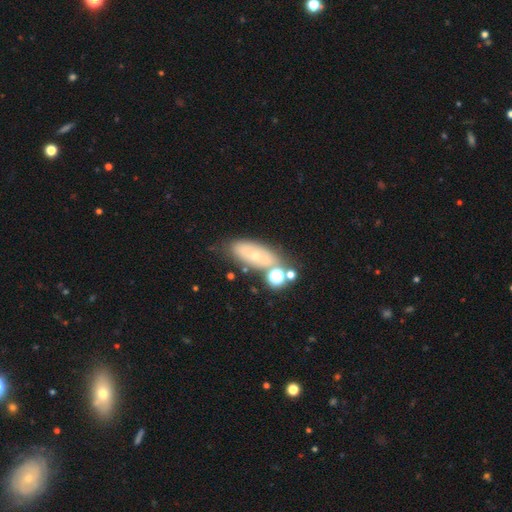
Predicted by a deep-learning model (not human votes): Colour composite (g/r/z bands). It shows a featured or disk galaxy (43%). Merging: none (58%).